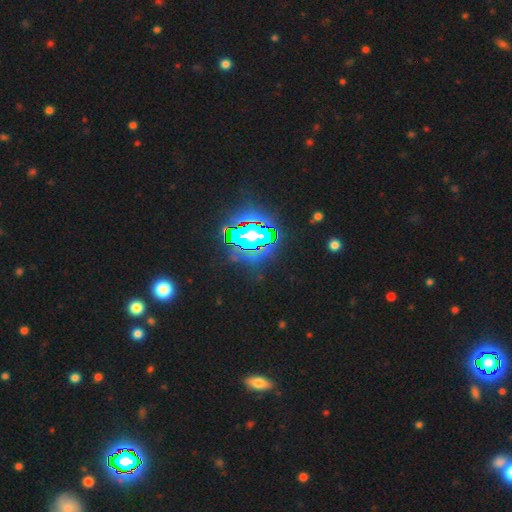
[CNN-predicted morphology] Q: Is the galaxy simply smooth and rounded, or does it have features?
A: star or artifact — 83%.